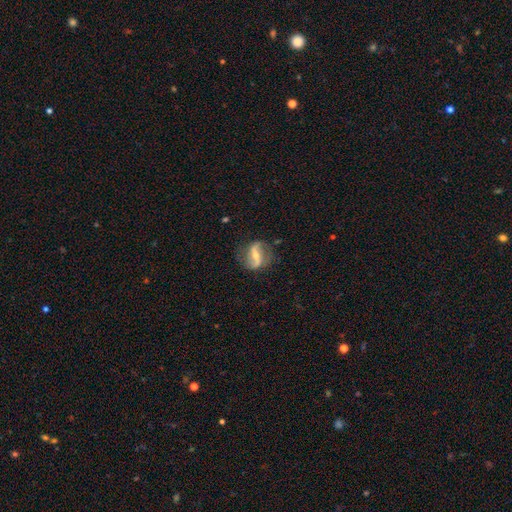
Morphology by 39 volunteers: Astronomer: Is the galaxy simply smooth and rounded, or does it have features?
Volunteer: featured or disk — 87%.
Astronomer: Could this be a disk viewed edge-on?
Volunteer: no — 100%.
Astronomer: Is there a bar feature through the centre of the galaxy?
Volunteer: strong — 53% (runner-up: weak, 38%).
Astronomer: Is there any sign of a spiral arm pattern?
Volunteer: yes — 91%.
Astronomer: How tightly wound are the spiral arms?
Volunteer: loose — 84%.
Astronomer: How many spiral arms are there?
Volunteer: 2 — 97%.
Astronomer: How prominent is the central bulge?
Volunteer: moderate — 50% (runner-up: small, 44%).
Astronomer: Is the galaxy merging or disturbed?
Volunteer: none — 74%.